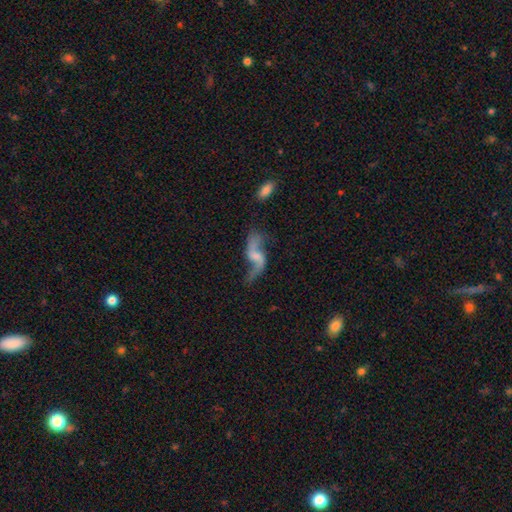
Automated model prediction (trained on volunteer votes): Smooth or featured? Predicted: featured or disk (p=0.82). Edge-on disk? Predicted: no (p=0.95). Bar? Predicted: weak (p=0.44). Spiral arms? Predicted: yes (p=0.92). Spiral winding? Predicted: loose (p=0.91). Spiral arm count? Predicted: 2 (p=0.89). Bulge size? Predicted: none (p=0.43). Merging? Predicted: none (p=0.57).